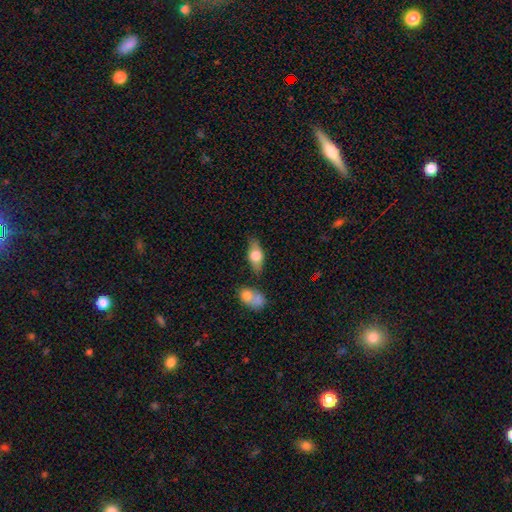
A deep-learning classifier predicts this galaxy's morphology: smooth 59%, featured or disk 34%, star or artifact 7%. Down the decision tree: how rounded — in between (75%); merging — none (71%).